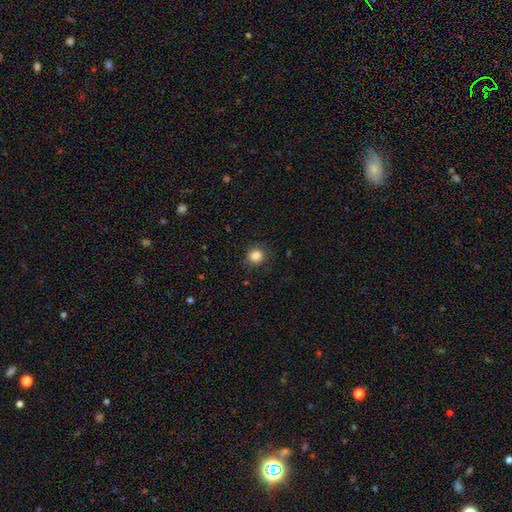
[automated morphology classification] A smooth galaxy with no disk features (85%) that is round (86%).

Vote fractions:
- Smooth or featured? smooth: 85% / star or artifact: 11% / featured or disk: 4%
- How rounded? round: 86% / in between: 13% / cigar-shaped: 1%
- Merging? none: 84% / minor disturbance: 11% / major disturbance: 3% / merger: 1%